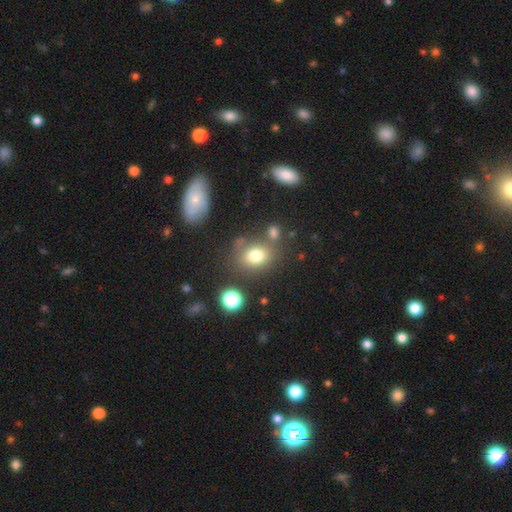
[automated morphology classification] This appears to be a smooth galaxy with no disk features (75%) that is round (50%). Merging: none (66%).